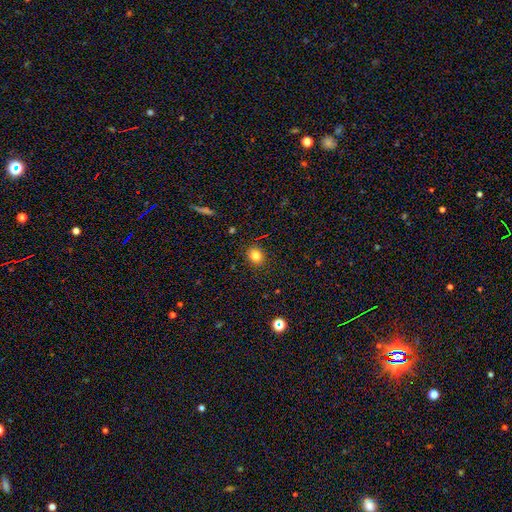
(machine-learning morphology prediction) Smooth or featured: smooth — 81% (star or artifact — 12%)
How rounded: round — 68% (in between — 31%)
Merging: none — 88% (minor disturbance — 9%)